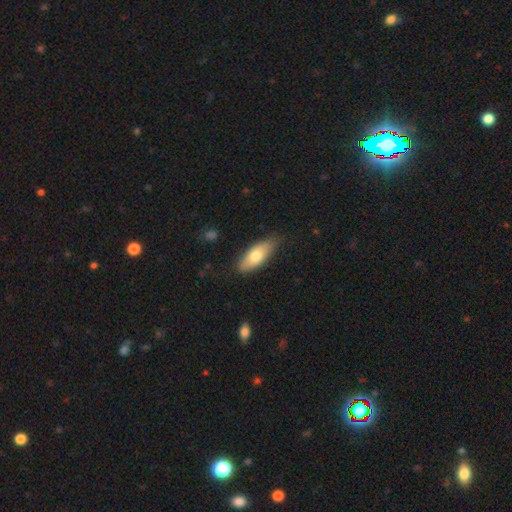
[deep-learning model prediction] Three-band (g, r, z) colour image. It shows a smooth galaxy with no disk features (72%) that is in between round and cigar-shaped (76%). Merging: none (80%).